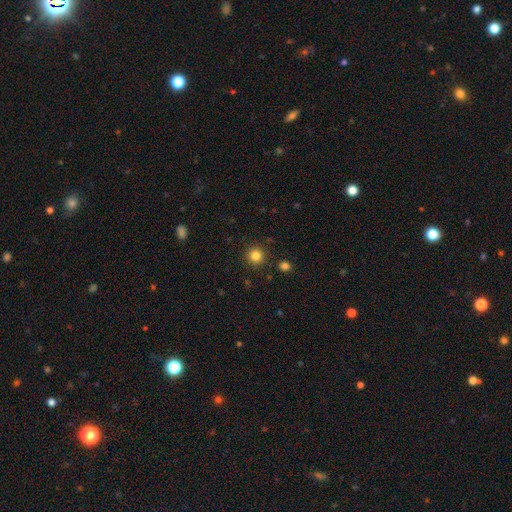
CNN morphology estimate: type=smooth (83%); roundness=round (94%); merging=none (90%).